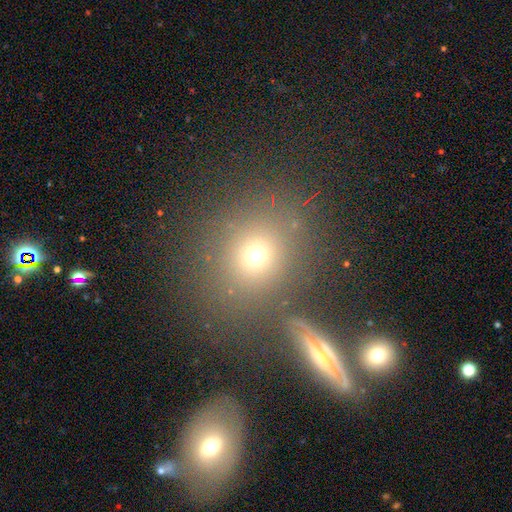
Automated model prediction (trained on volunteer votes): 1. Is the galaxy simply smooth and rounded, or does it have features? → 66% smooth, 20% star or artifact, 14% featured or disk.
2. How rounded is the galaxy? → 76% round, 22% in between, 2% cigar-shaped.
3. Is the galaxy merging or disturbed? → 75% none, 11% minor disturbance, 9% merger, 5% major disturbance.